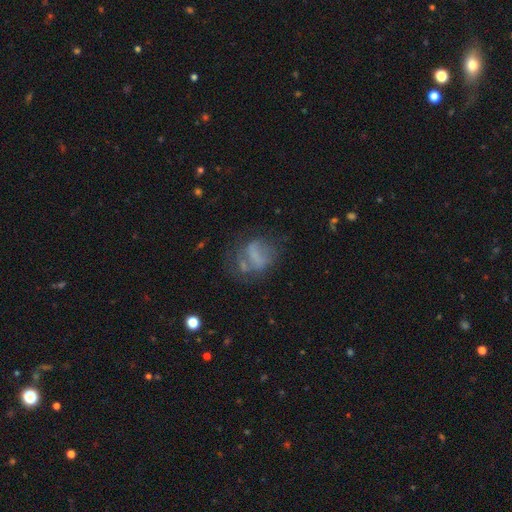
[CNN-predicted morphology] Q: Smooth or featured?
A: featured or disk (48%); runner-up: smooth (38%)
Q: Merging?
A: none (41%); runner-up: major disturbance (29%)